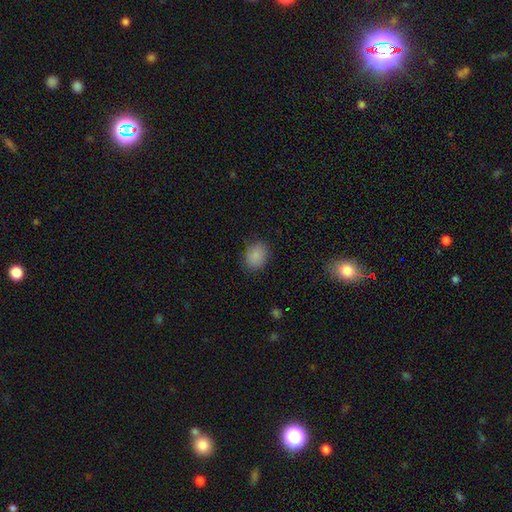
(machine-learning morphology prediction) Smooth or featured?
  - smooth: 86% *
  - star or artifact: 9%
  - featured or disk: 5%
How rounded?
  - in between: 57% *
  - round: 42%
  - cigar-shaped: 1%
Merging?
  - none: 79% *
  - minor disturbance: 16%
  - major disturbance: 4%
  - merger: 1%